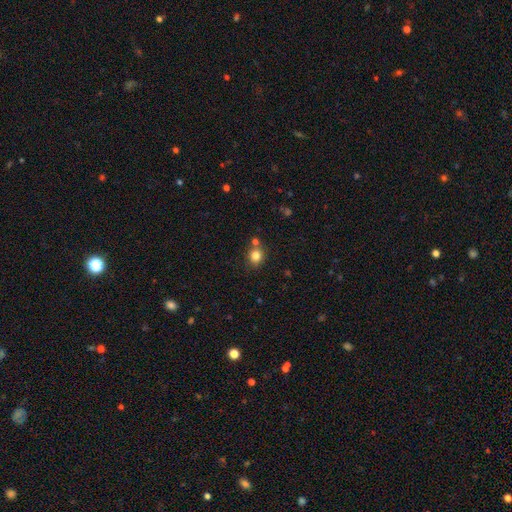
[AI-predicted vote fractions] smooth_or_featured: smooth (p=0.81) [alt: star or artifact p=0.12]
how_rounded: round (p=0.77) [alt: in between p=0.22]
merging: none (p=0.70) [alt: merger p=0.16]